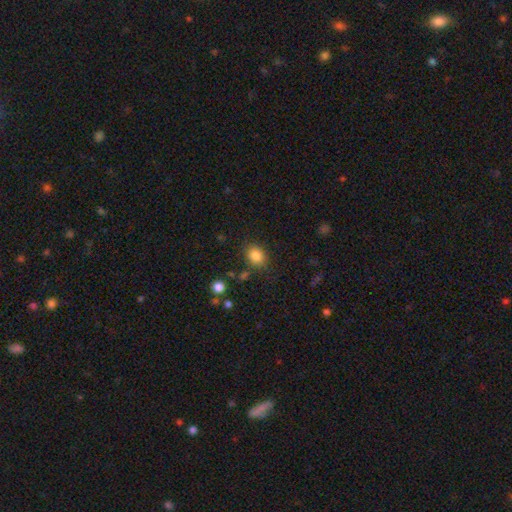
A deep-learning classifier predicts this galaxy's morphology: This appears to be a smooth galaxy with no disk features (85%) that is in between round and cigar-shaped (53%). Merging: none (79%).